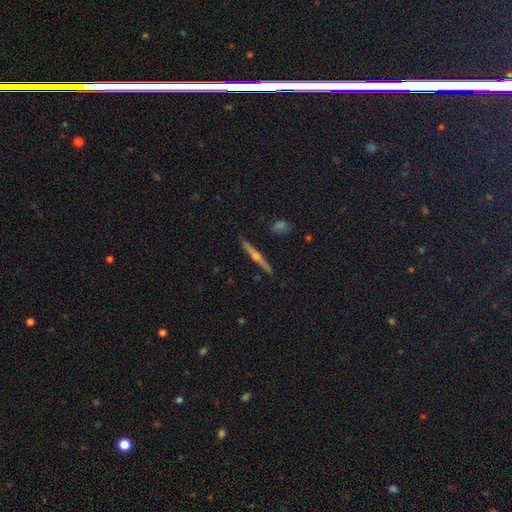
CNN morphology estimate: type=featured or disk (75%); edge-on=yes (98%); edge-on bulge=rounded (87%); merging=none (91%).